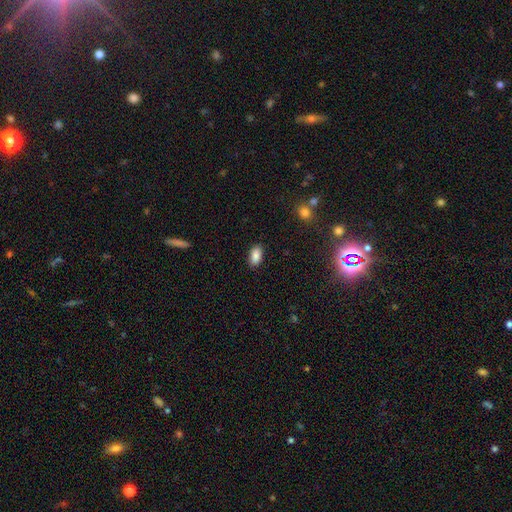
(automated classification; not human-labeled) A smooth galaxy with no disk features (88%) that is in between round and cigar-shaped (93%).

Vote fractions:
- Smooth or featured? smooth: 88% / star or artifact: 8% / featured or disk: 4%
- How rounded? in between: 93% / round: 4% / cigar-shaped: 3%
- Merging? none: 87% / minor disturbance: 9% / major disturbance: 2% / merger: 1%